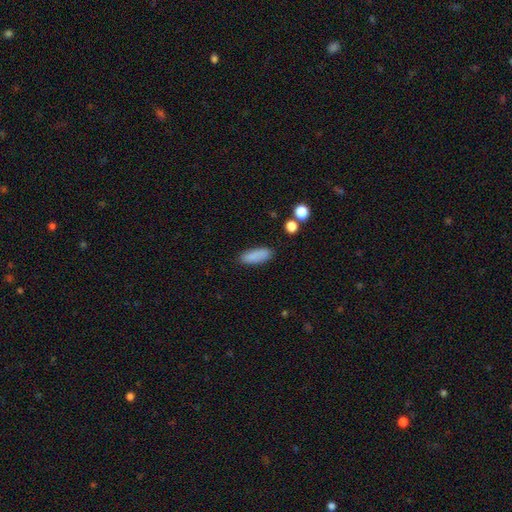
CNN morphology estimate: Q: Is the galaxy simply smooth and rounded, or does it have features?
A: smooth — 87%.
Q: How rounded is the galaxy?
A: in between — 63%.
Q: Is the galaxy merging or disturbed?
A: none — 85%.